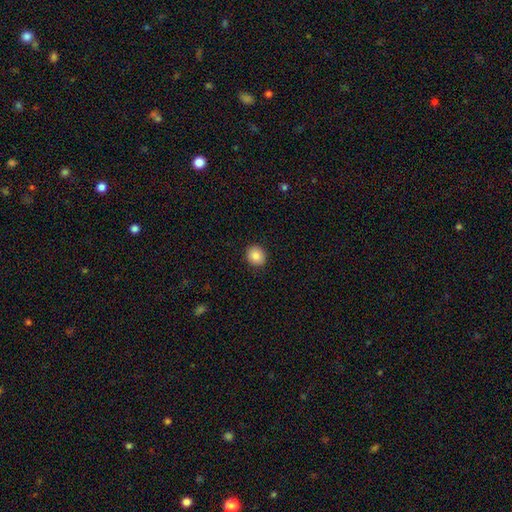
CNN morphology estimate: A smooth galaxy with no disk features (87%) that is round (81%). Merging: none (91%).